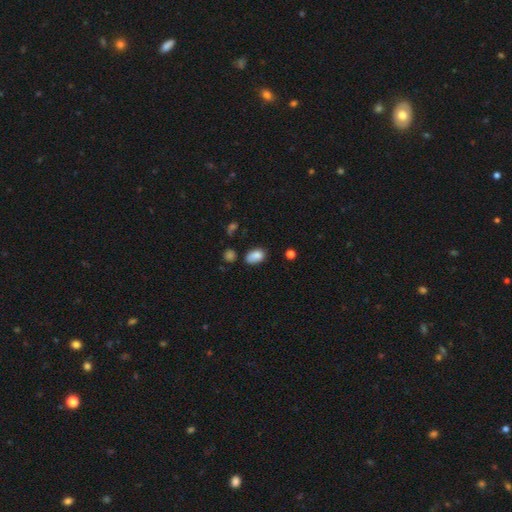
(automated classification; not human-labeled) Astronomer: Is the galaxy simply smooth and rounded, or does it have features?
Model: smooth — 84%.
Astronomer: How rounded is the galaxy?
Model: in between — 89%.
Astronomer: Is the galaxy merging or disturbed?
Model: none — 59%.